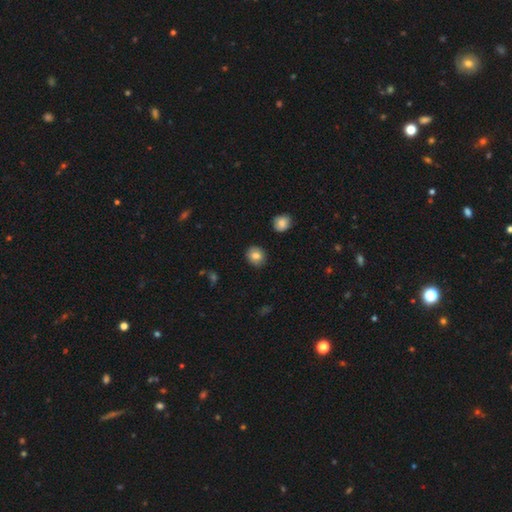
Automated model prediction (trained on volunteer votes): smooth 81%, featured or disk 10%, star or artifact 9%. Down the decision tree: how rounded — round (71%); merging — none (88%).